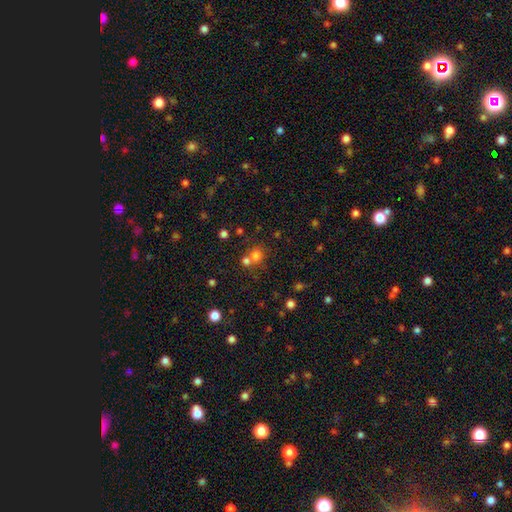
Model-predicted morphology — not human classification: Smooth or featured?
  - smooth: 71% *
  - star or artifact: 20%
  - featured or disk: 9%
How rounded?
  - round: 82% *
  - in between: 17%
  - cigar-shaped: 1%
Merging?
  - none: 52% *
  - merger: 36%
  - minor disturbance: 8%
  - major disturbance: 4%